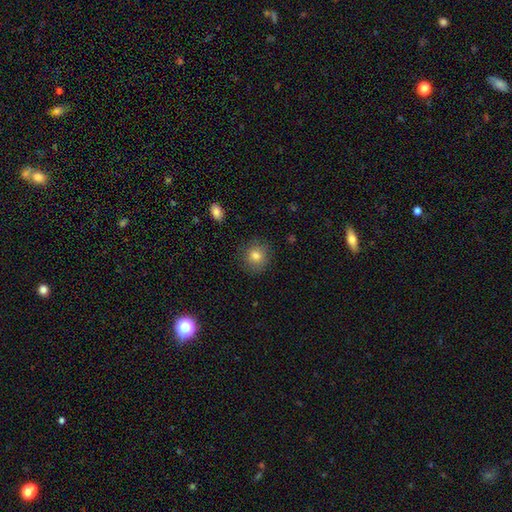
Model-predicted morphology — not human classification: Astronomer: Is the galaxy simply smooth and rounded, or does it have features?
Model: smooth — 80%.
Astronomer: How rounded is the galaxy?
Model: round — 85%.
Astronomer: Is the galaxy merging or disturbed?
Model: none — 86%.